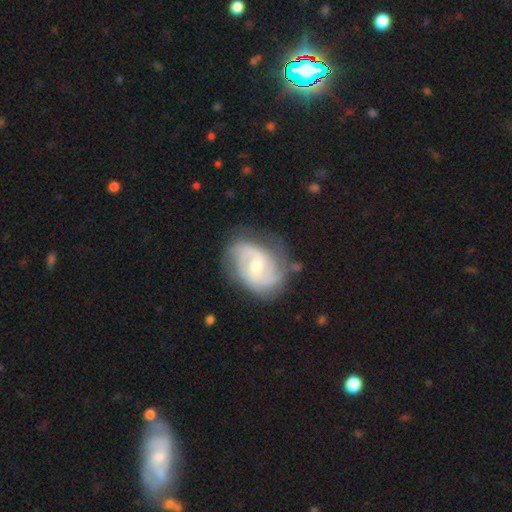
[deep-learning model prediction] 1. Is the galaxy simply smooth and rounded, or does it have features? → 81% featured or disk, 13% smooth, 5% star or artifact.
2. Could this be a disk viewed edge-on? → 97% no, 3% yes.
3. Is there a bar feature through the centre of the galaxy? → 47% weak, 41% no, 12% strong.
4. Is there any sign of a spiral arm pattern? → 93% yes, 7% no.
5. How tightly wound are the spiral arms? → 43% tight, 42% medium, 15% loose.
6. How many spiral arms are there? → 55% 2, 20% can't tell, 15% 3, 4% 1, 4% 4, 3% more than 4.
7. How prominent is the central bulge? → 59% moderate, 36% small, 3% large, 1% none, 1% dominant.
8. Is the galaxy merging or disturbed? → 68% none, 21% minor disturbance, 9% major disturbance, 2% merger.